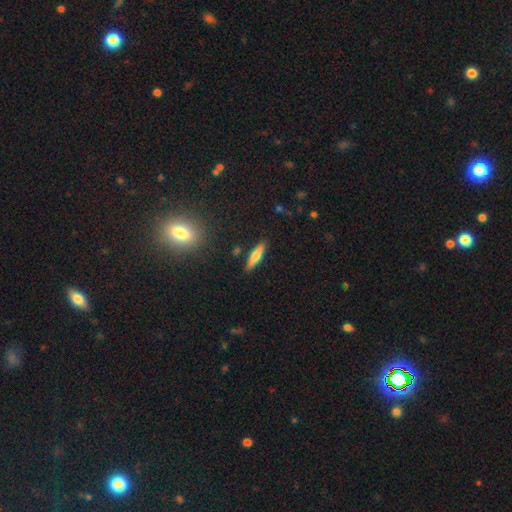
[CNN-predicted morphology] smooth-or-featured: smooth: 67% | featured or disk: 26% | star or artifact: 7%
  how-rounded: cigar-shaped: 77% | in between: 21% | round: 2%
  merging: none: 87% | minor disturbance: 9% | merger: 2% | major disturbance: 2%